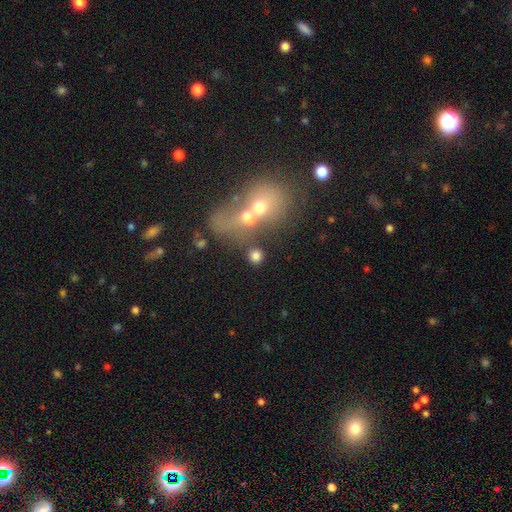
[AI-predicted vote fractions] The model was most divided on "merging": none: 51%, merger: 32%, minor disturbance: 9%, major disturbance: 8%. More confident: how rounded — round (79%); smooth or featured — smooth (74%).